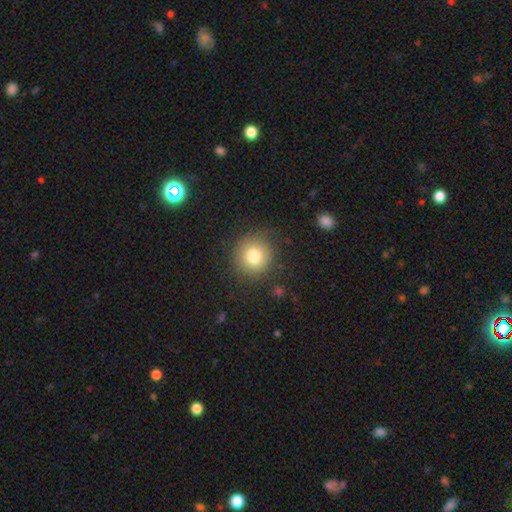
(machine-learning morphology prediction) Smooth or featured: smooth — 80% (star or artifact — 10%)
How rounded: round — 92% (in between — 7%)
Merging: none — 83% (minor disturbance — 11%)